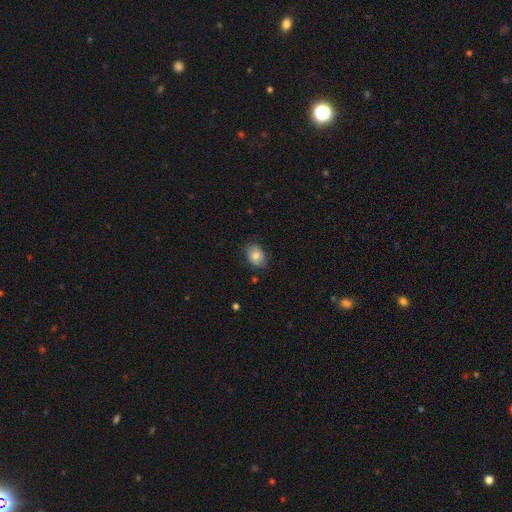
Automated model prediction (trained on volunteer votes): Smooth or featured?
  - smooth: 81% *
  - featured or disk: 11%
  - star or artifact: 8%
How rounded?
  - in between: 72% *
  - round: 27%
  - cigar-shaped: 1%
Merging?
  - none: 81% *
  - minor disturbance: 15%
  - major disturbance: 3%
  - merger: 1%